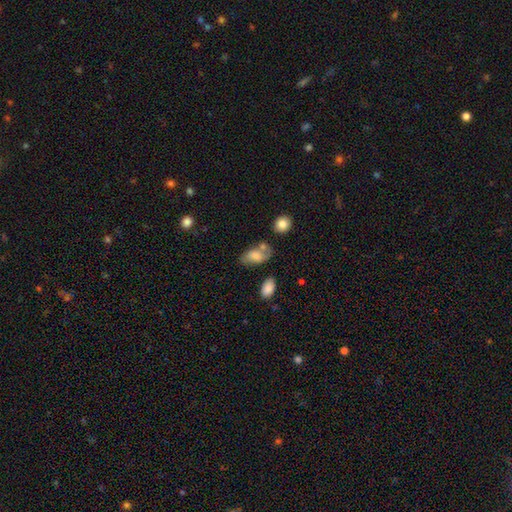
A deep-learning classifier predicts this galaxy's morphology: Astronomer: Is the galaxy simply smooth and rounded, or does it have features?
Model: smooth — 64%.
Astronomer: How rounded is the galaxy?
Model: in between — 90%.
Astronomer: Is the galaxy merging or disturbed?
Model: none — 51%.